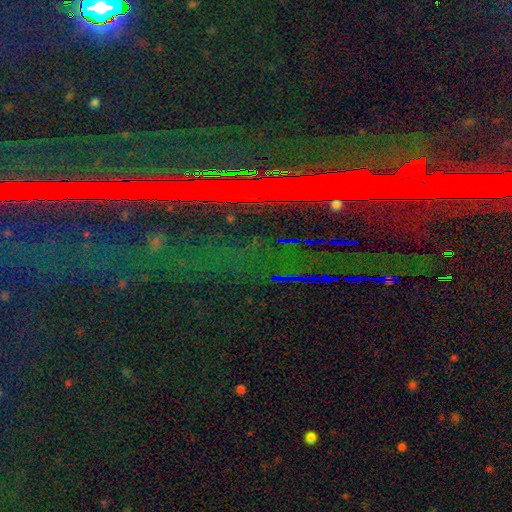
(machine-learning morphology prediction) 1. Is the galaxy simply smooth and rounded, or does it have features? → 88% star or artifact, 7% featured or disk, 5% smooth.